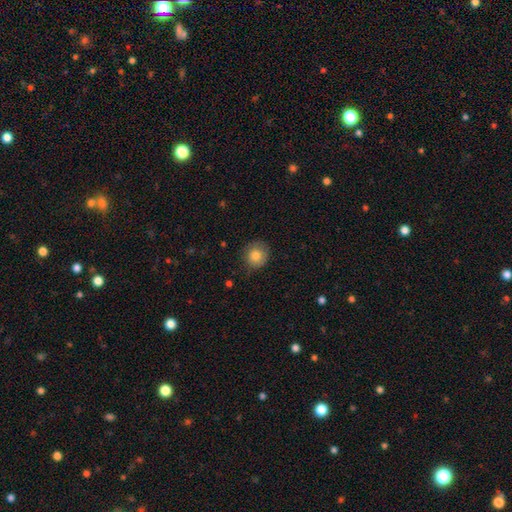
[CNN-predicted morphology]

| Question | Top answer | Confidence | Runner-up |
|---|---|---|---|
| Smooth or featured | smooth | 80% | featured or disk (11%) |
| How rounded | round | 84% | in between (15%) |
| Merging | none | 77% | minor disturbance (19%) |